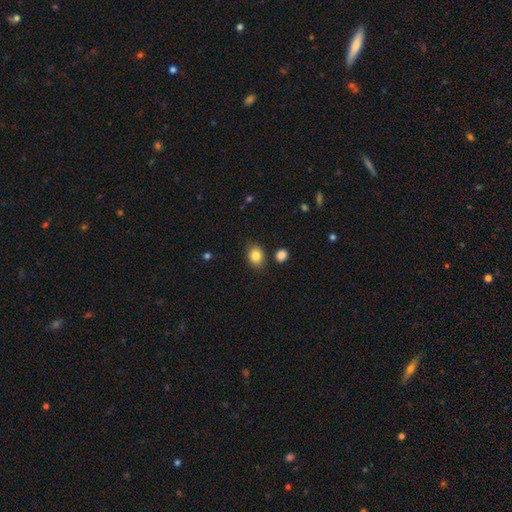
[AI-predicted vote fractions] Smooth or featured?
  - smooth: 85% *
  - star or artifact: 9%
  - featured or disk: 6%
How rounded?
  - in between: 59% *
  - round: 40%
  - cigar-shaped: 1%
Merging?
  - none: 81% *
  - minor disturbance: 12%
  - merger: 4%
  - major disturbance: 3%